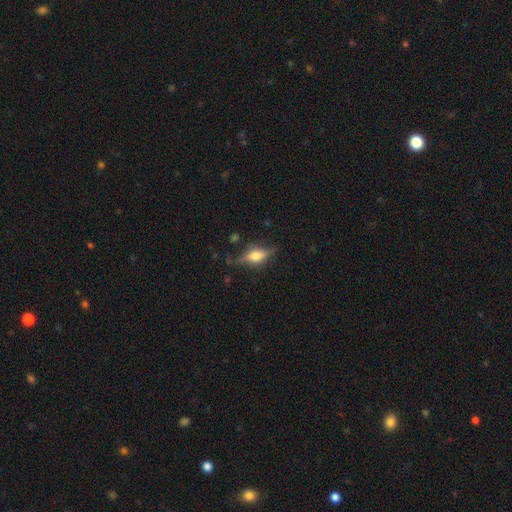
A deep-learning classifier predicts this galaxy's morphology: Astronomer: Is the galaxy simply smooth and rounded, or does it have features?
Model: featured or disk — 57% (runner-up: smooth, 34%).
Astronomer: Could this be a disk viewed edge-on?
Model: yes — 92%.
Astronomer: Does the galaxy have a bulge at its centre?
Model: rounded — 88%.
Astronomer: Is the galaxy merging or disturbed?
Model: none — 74%.